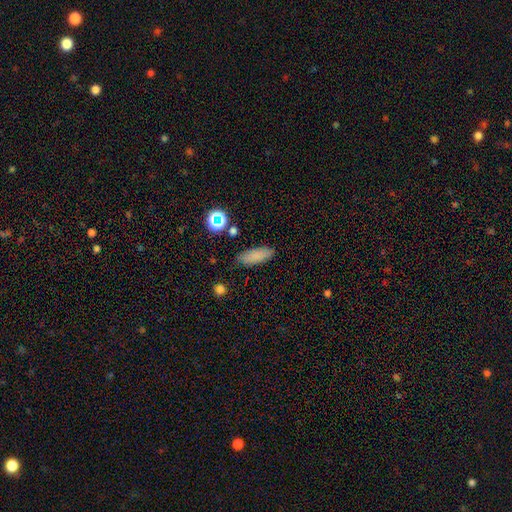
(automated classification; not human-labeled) Morphology: type=smooth (81%); roundness=in between (63%); merging=none (84%).